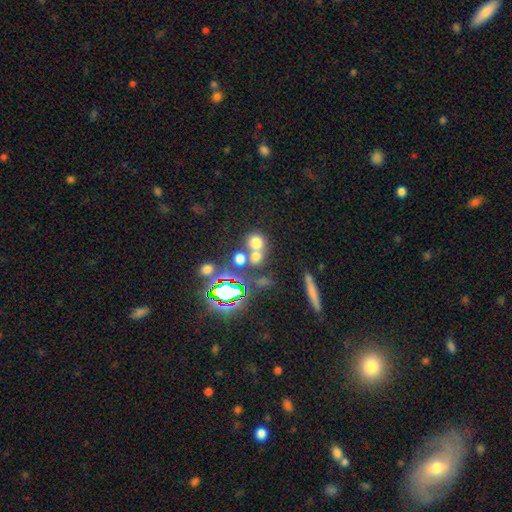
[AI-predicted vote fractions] Q: Smooth or featured?
A: smooth (63%); runner-up: star or artifact (24%)
Q: How rounded?
A: round (82%); runner-up: in between (16%)
Q: Merging?
A: none (46%); runner-up: merger (41%)